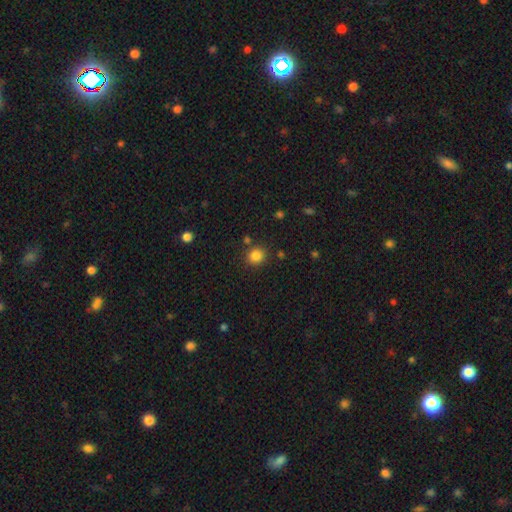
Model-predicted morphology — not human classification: Q: Smooth or featured?
A: smooth (84%); runner-up: star or artifact (12%)
Q: How rounded?
A: round (85%); runner-up: in between (14%)
Q: Merging?
A: none (85%); runner-up: minor disturbance (8%)